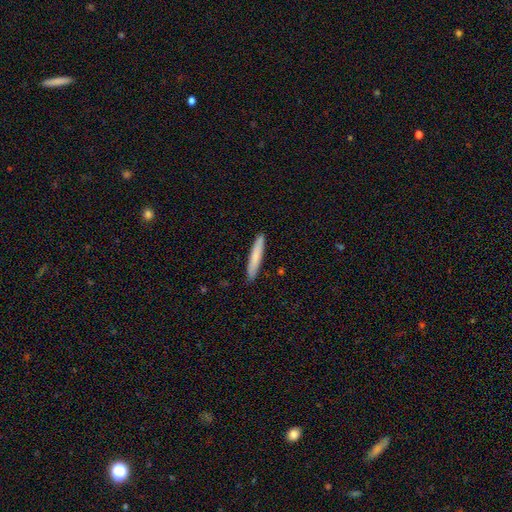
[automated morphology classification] smooth 77%, featured or disk 17%, star or artifact 6%. Down the decision tree: how rounded — cigar-shaped (95%); merging — none (91%).